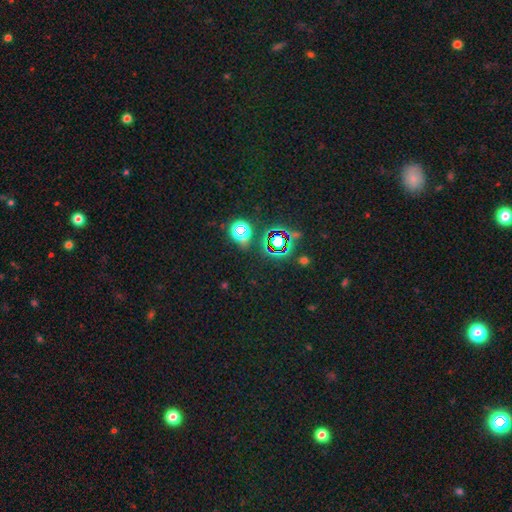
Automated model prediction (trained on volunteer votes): smooth-or-featured: star or artifact: 71% | smooth: 20% | featured or disk: 9%